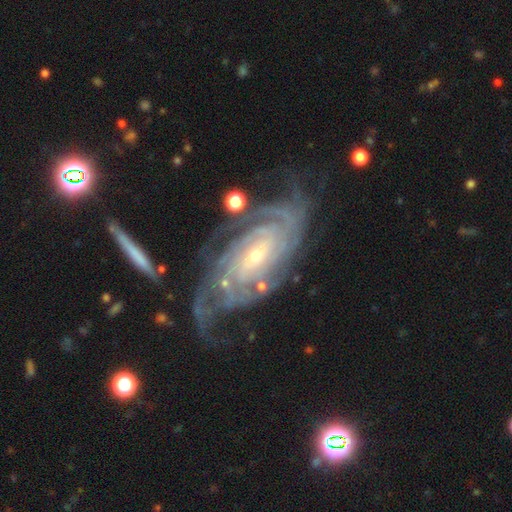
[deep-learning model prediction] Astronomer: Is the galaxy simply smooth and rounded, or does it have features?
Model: featured or disk — 91%.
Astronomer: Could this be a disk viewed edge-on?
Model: no — 95%.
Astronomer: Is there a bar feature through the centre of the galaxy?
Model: no — 49% (runner-up: weak, 33%).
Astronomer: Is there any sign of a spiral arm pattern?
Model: yes — 98%.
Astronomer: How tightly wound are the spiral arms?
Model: tight — 76%.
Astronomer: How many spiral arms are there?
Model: can't tell — 28% (runner-up: 4, 20%).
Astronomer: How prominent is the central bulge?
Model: small — 72%.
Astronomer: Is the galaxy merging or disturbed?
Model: none — 63%.